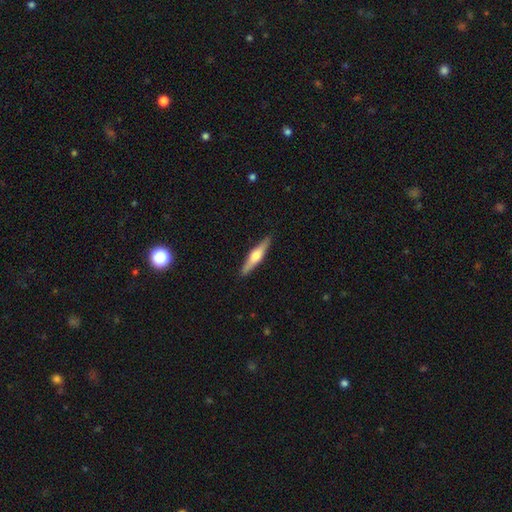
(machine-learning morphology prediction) Smooth or featured: featured or disk — 57% (smooth — 38%)
Edge-on disk: yes — 96% (no — 4%)
Edge-on bulge: rounded — 91% (boxy — 5%)
Merging: none — 90% (minor disturbance — 7%)